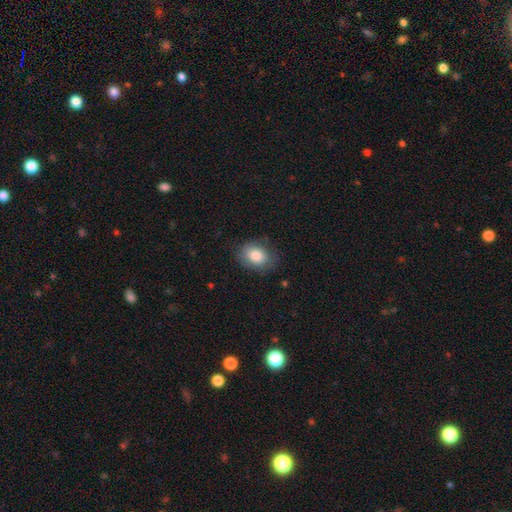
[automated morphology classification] Overall: smooth (81%). How rounded: in between (65%; round 34%). Merging: none (76%).